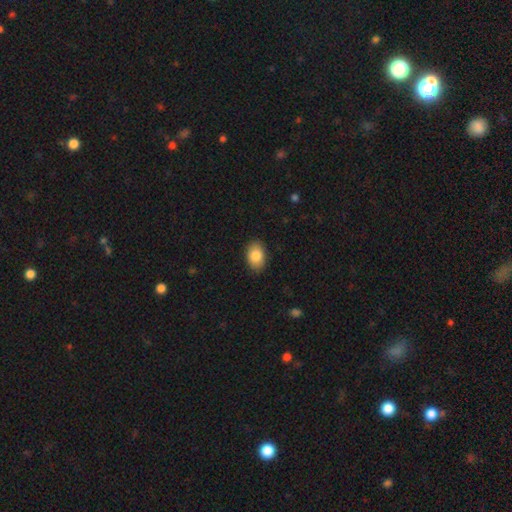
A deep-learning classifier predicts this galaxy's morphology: Q: Smooth or featured?
A: smooth (84%); runner-up: featured or disk (8%)
Q: How rounded?
A: in between (85%); runner-up: round (14%)
Q: Merging?
A: none (87%); runner-up: minor disturbance (10%)